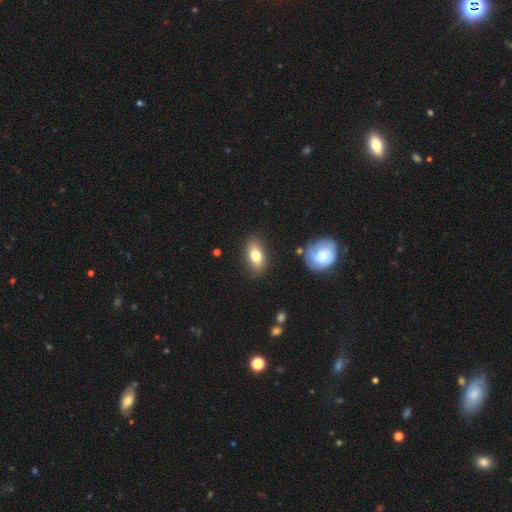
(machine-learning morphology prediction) Q: Smooth or featured?
A: smooth (77%); runner-up: featured or disk (15%)
Q: How rounded?
A: in between (86%); runner-up: cigar-shaped (8%)
Q: Merging?
A: none (83%); runner-up: minor disturbance (12%)